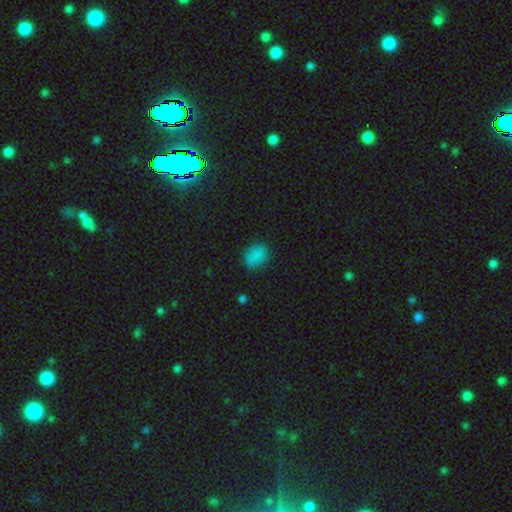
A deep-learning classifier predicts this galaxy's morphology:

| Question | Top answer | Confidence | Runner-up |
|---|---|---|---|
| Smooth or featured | smooth | 83% | star or artifact (13%) |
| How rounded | in between | 68% | round (30%) |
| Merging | none | 83% | minor disturbance (13%) |